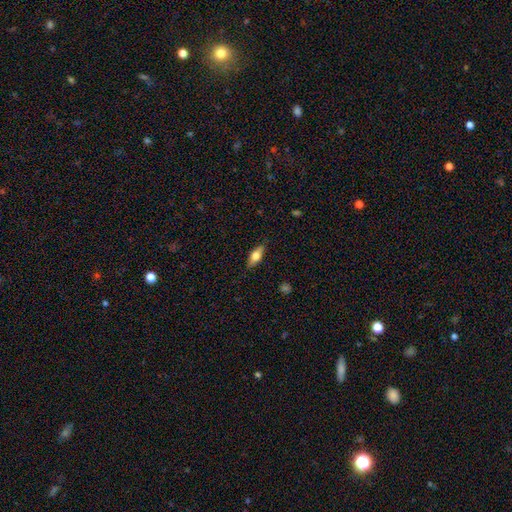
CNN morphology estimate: smooth_or_featured: smooth (p=0.63) [alt: featured or disk p=0.31]
how_rounded: in between (p=0.68) [alt: cigar-shaped p=0.28]
merging: none (p=0.86) [alt: minor disturbance p=0.11]